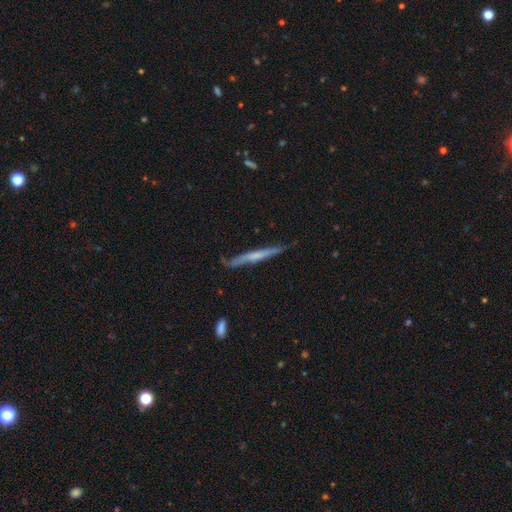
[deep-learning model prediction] Smooth or featured? Predicted: featured or disk (p=0.54). Edge-on disk? Predicted: yes (p=0.93). Edge-on bulge? Predicted: none (p=0.62). Merging? Predicted: none (p=0.73).